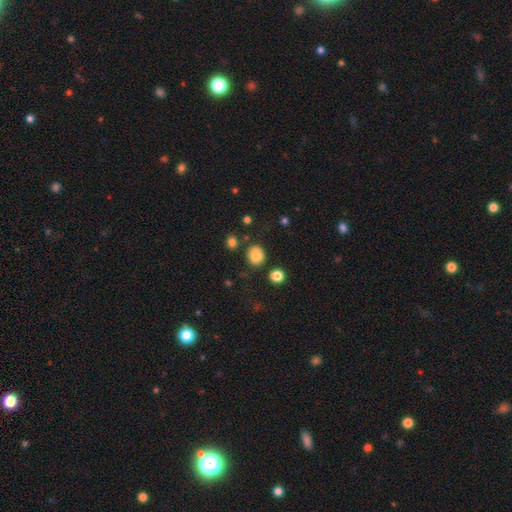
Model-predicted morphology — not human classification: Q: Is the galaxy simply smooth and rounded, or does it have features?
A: smooth — 83%.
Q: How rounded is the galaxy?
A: round — 74%.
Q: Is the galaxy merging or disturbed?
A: none — 81%.